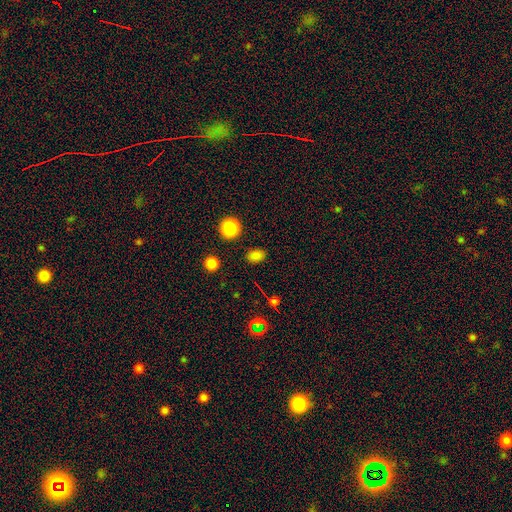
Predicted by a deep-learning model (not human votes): Smooth or featured: smooth — 80% (star or artifact — 16%)
How rounded: in between — 64% (round — 35%)
Merging: none — 87% (minor disturbance — 8%)